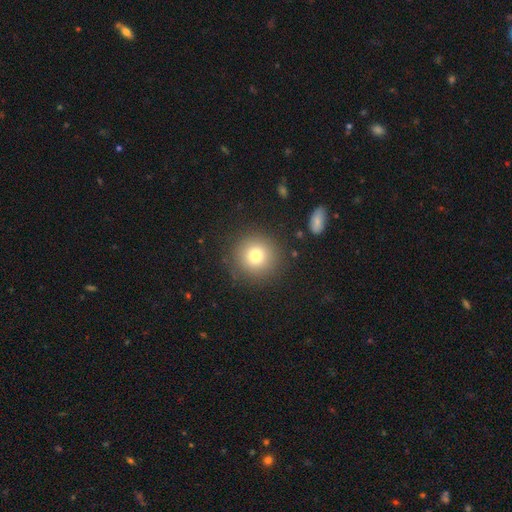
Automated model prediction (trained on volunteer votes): Smooth or featured: smooth — 77% (star or artifact — 13%)
How rounded: round — 95% (in between — 4%)
Merging: none — 88% (minor disturbance — 7%)